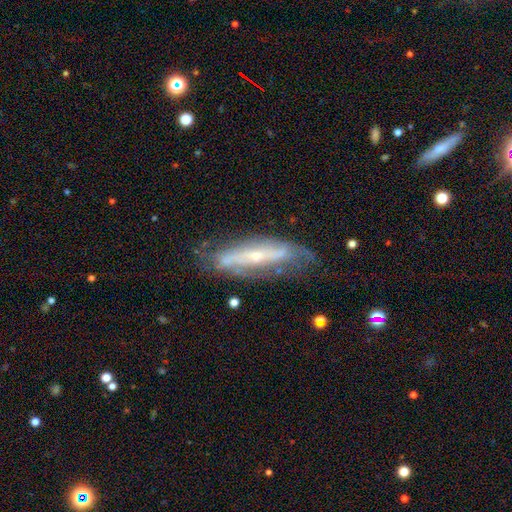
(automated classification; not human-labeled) This appears to be a featured or disk galaxy (76%). Merging: none (64%).